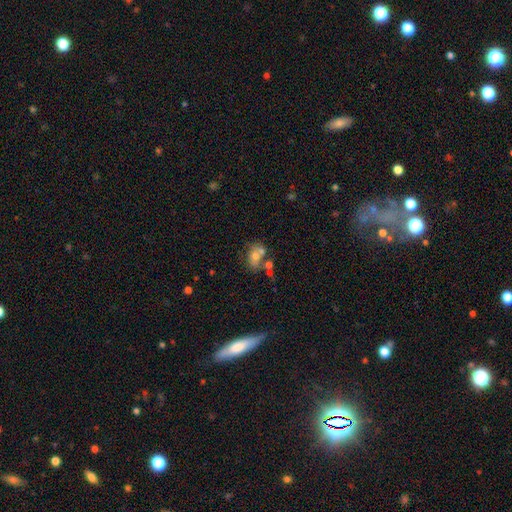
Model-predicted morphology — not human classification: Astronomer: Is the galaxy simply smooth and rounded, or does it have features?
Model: smooth — 57%.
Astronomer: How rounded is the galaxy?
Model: in between — 63%.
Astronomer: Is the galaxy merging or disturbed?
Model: none — 43% (runner-up: merger, 35%).